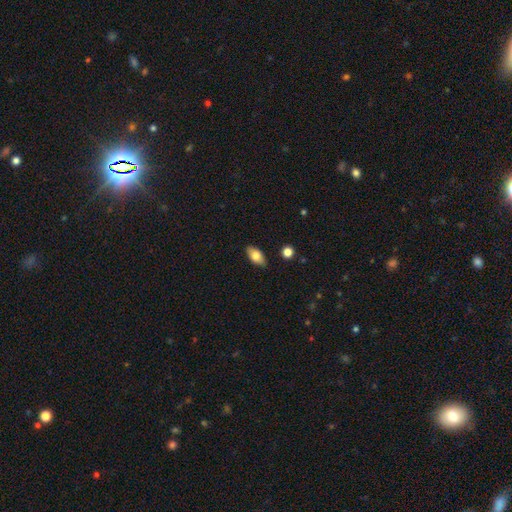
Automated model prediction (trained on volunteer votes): Morphology: type=smooth (77%); roundness=in between (89%); merging=none (86%).